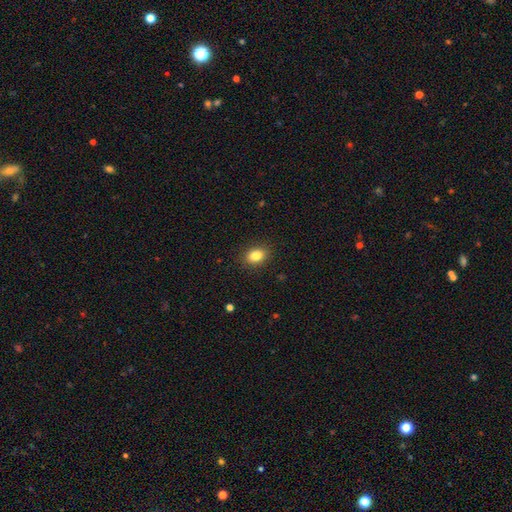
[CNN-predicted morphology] Smooth or featured?
  - smooth: 84% *
  - star or artifact: 10%
  - featured or disk: 6%
How rounded?
  - in between: 66% *
  - round: 33%
  - cigar-shaped: 1%
Merging?
  - none: 89% *
  - minor disturbance: 8%
  - major disturbance: 2%
  - merger: 1%